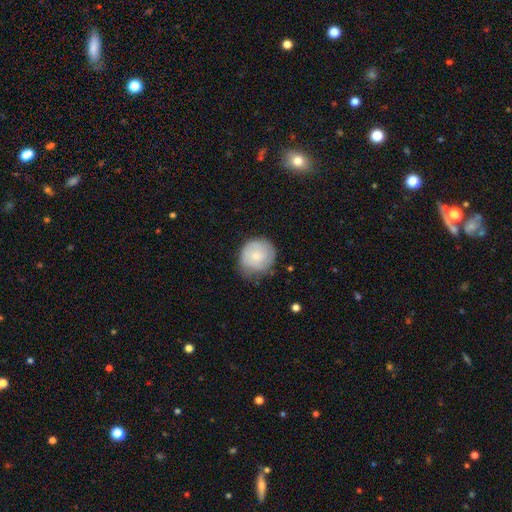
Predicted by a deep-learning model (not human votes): Smooth or featured?
  - smooth: 64% *
  - featured or disk: 30%
  - star or artifact: 6%
How rounded?
  - round: 86% *
  - in between: 13%
  - cigar-shaped: 1%
Merging?
  - none: 62% *
  - minor disturbance: 29%
  - major disturbance: 8%
  - merger: 1%